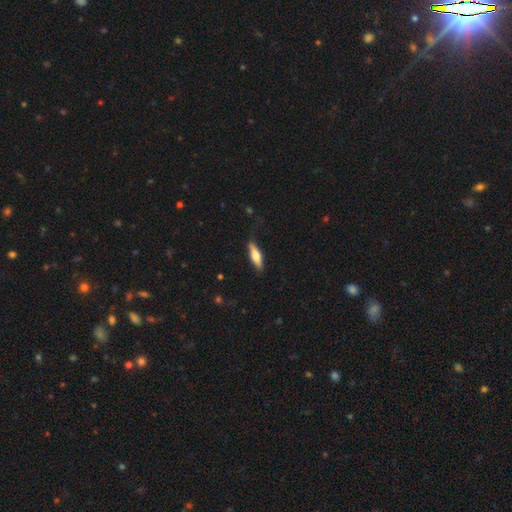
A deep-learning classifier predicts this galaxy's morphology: The model was most divided on "how rounded": cigar-shaped: 59%, in between: 39%, round: 2%. More confident: merging — none (79%); smooth or featured — smooth (61%).